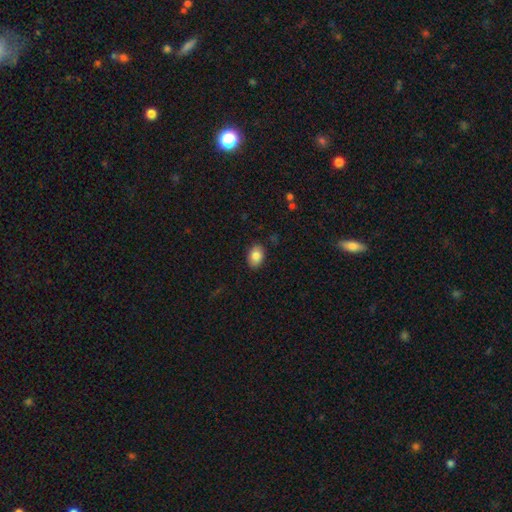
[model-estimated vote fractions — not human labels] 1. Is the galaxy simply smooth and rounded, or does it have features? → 84% smooth, 9% featured or disk, 8% star or artifact.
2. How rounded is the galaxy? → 83% in between, 16% round, 1% cigar-shaped.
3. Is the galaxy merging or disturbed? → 87% none, 10% minor disturbance, 2% major disturbance, 1% merger.